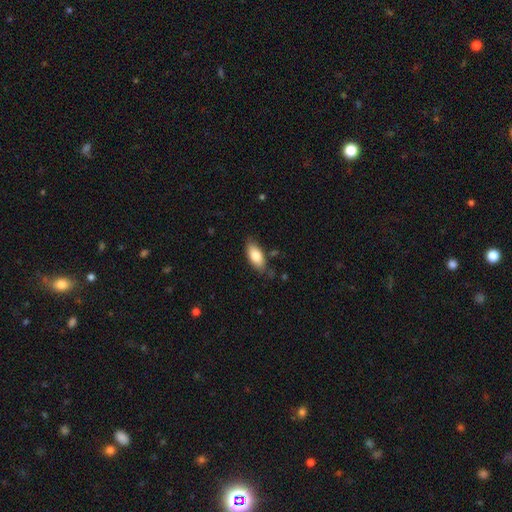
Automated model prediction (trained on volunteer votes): Q: Smooth or featured?
A: smooth (79%); runner-up: featured or disk (14%)
Q: How rounded?
A: in between (87%); runner-up: cigar-shaped (11%)
Q: Merging?
A: none (77%); runner-up: minor disturbance (17%)